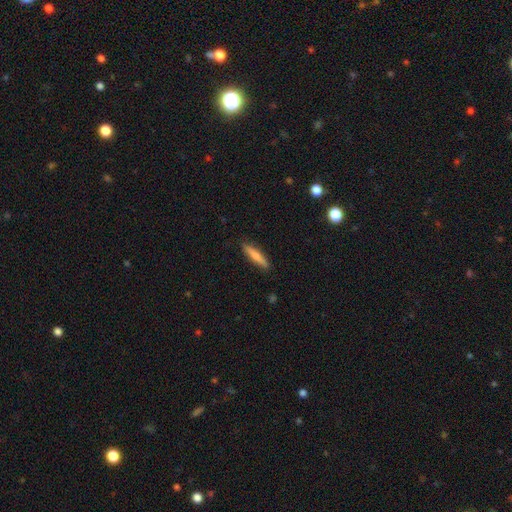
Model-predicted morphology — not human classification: A smooth galaxy with no disk features (63%) that is cigar-shaped (86%). Merging: none (89%).